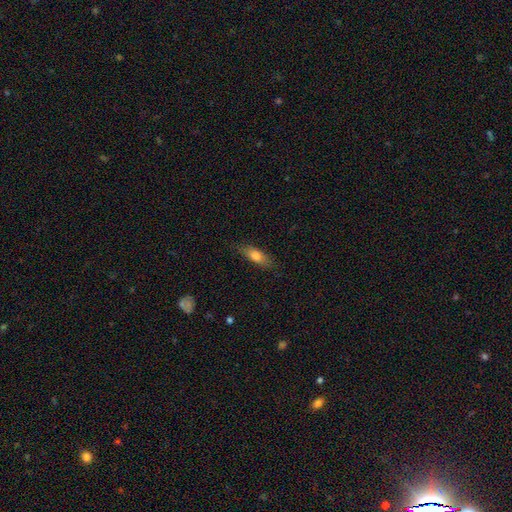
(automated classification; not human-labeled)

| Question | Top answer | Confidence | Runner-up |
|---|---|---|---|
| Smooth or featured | smooth | 74% | featured or disk (19%) |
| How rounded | in between | 62% | cigar-shaped (35%) |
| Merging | none | 80% | minor disturbance (15%) |